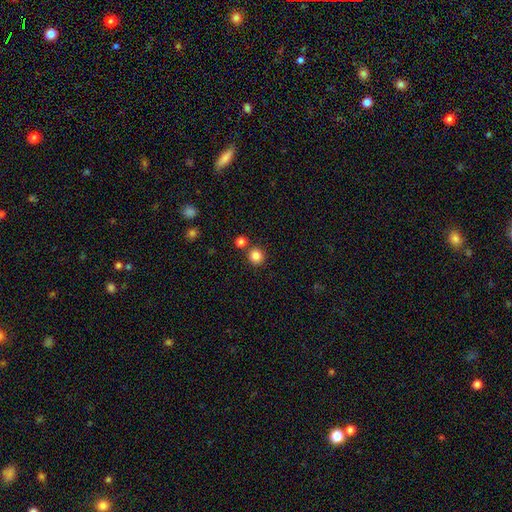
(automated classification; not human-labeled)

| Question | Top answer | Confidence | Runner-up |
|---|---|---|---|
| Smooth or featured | smooth | 85% | star or artifact (11%) |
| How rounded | round | 91% | in between (8%) |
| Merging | none | 80% | merger (11%) |